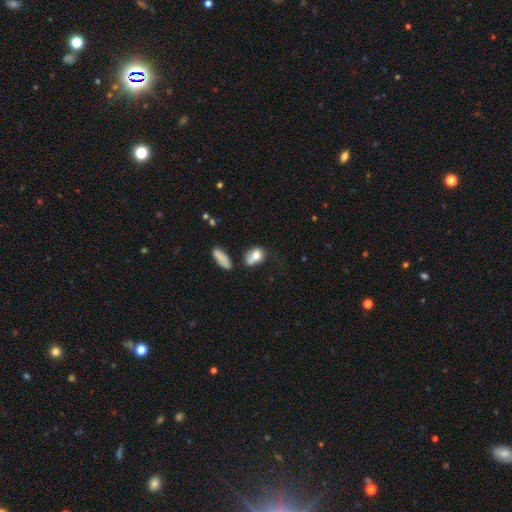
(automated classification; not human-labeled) Smooth or featured: smooth — 75% (featured or disk — 15%)
How rounded: in between — 59% (round — 39%)
Merging: none — 33% (merger — 32%)